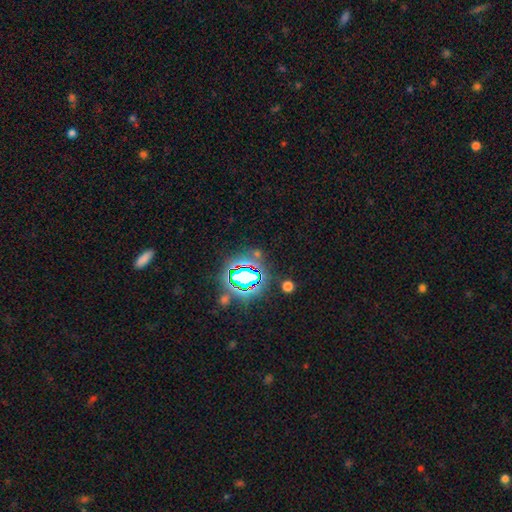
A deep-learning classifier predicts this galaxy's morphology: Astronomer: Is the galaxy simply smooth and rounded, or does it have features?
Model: star or artifact — 74%.